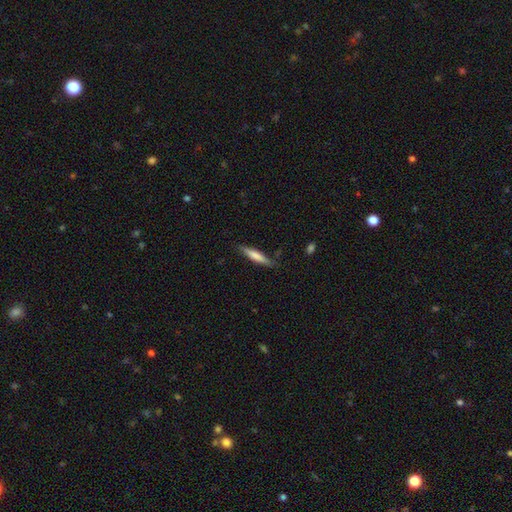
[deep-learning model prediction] smooth 69%, featured or disk 25%, star or artifact 5%. Down the decision tree: how rounded — cigar-shaped (86%); merging — none (79%).